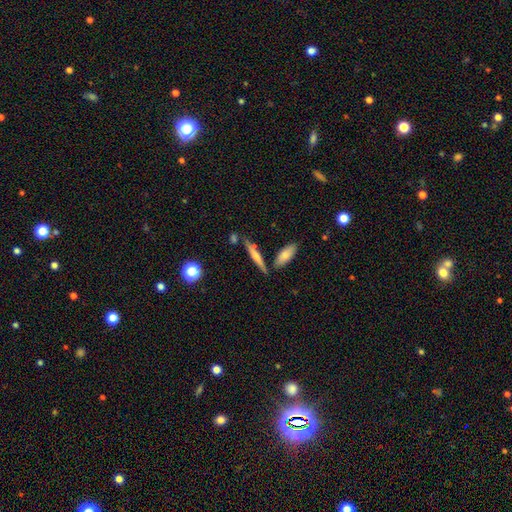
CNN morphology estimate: A featured or disk galaxy (51%) viewed edge-on (92%). Merging: none (77%).